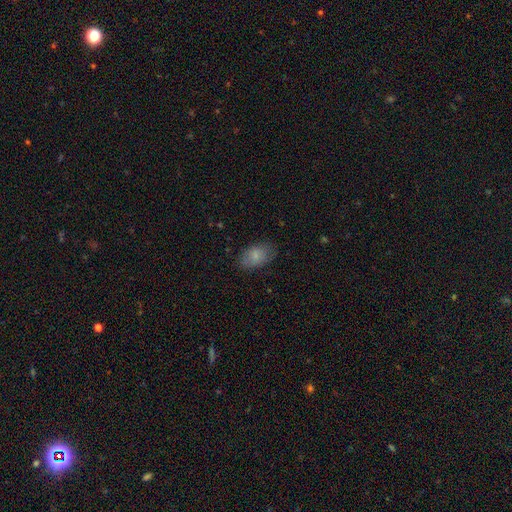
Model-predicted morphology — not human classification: A smooth galaxy with no disk features (82%) that is in between round and cigar-shaped (91%).

Vote fractions:
- Smooth or featured? smooth: 82% / featured or disk: 11% / star or artifact: 7%
- How rounded? in between: 91% / round: 8% / cigar-shaped: 1%
- Merging? none: 77% / minor disturbance: 17% / major disturbance: 5% / merger: 1%